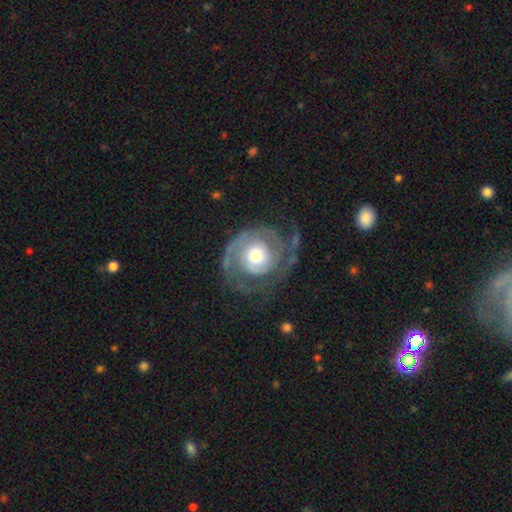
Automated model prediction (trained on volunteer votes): Smooth or featured?
  - featured or disk: 80% *
  - smooth: 15%
  - star or artifact: 5%
Edge-on disk?
  - no: 97% *
  - yes: 3%
Bar?
  - no: 76% *
  - weak: 20%
  - strong: 5%
Spiral arms?
  - yes: 90% *
  - no: 10%
Spiral winding?
  - tight: 50% *
  - medium: 34%
  - loose: 16%
Spiral arm count?
  - 2: 51% *
  - 1: 20%
  - can't tell: 16%
  - 3: 7%
  - 4: 3%
  - more than 4: 3%
Bulge size?
  - moderate: 61% *
  - large: 26%
  - small: 9%
  - dominant: 2%
  - none: 1%
Merging?
  - none: 58% *
  - major disturbance: 22%
  - minor disturbance: 18%
  - merger: 2%